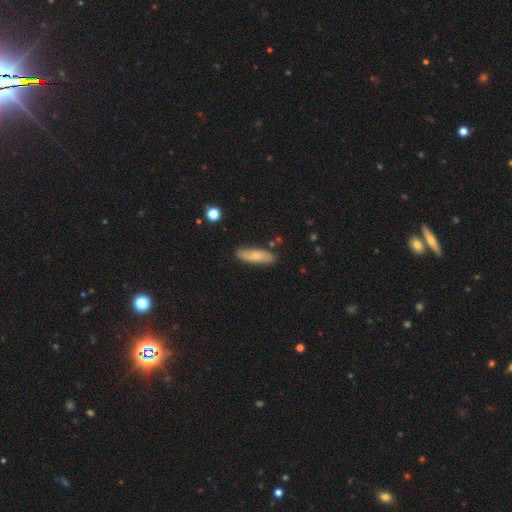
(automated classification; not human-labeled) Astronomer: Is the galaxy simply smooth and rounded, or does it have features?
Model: smooth — 63%.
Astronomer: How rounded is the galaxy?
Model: in between — 53% (runner-up: cigar-shaped, 45%).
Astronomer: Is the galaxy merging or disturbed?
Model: none — 83%.